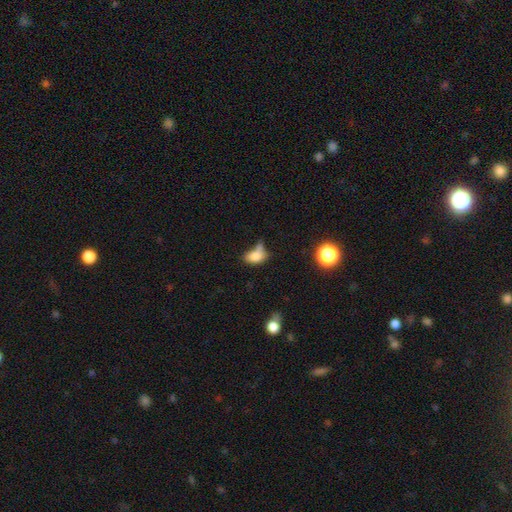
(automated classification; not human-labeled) Morphology: type=smooth (76%); roundness=in between (83%); merging=none (32%).